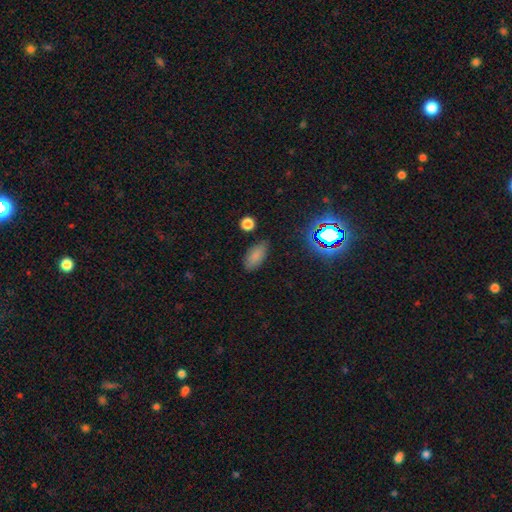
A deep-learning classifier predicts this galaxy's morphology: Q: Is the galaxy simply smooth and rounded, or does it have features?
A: smooth — 78%.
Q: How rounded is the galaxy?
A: in between — 90%.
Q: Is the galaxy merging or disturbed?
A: none — 78%.